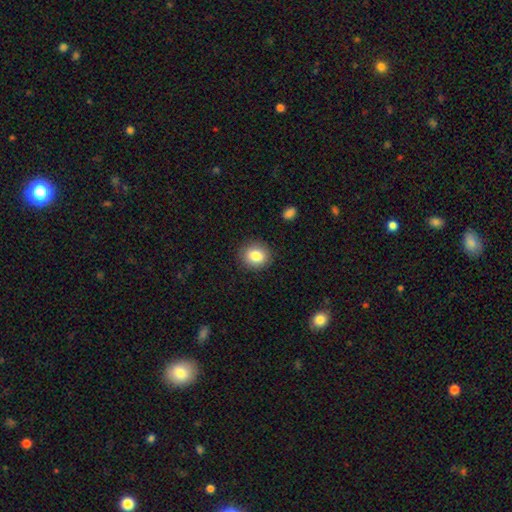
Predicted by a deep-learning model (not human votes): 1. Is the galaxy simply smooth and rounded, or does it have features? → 83% smooth, 9% star or artifact, 8% featured or disk.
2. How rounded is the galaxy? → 79% round, 20% in between, 1% cigar-shaped.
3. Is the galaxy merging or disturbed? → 89% none, 7% minor disturbance, 2% major disturbance, 1% merger.